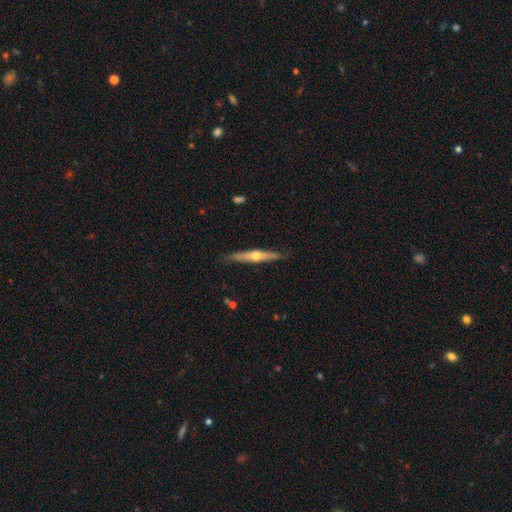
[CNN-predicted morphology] Smooth or featured? featured or disk (64%)
Edge-on disk? yes (95%)
Edge-on bulge? rounded (91%)
Merging? none (87%)